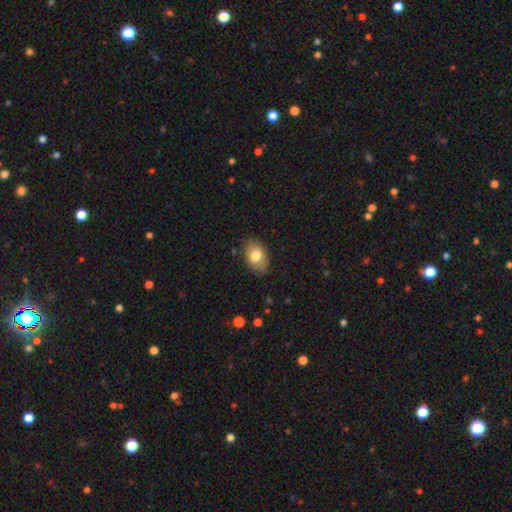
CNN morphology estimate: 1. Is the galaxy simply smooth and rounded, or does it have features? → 76% smooth, 16% featured or disk, 8% star or artifact.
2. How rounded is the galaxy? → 85% in between, 14% round, 1% cigar-shaped.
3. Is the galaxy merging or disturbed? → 78% none, 17% minor disturbance, 4% major disturbance, 1% merger.